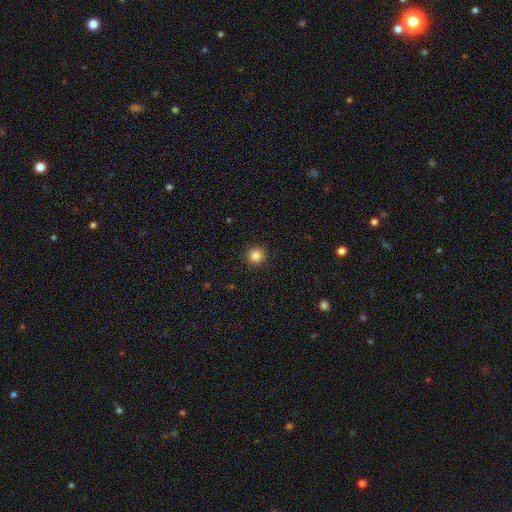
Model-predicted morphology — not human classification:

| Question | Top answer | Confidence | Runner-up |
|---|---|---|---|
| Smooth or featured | smooth | 85% | star or artifact (11%) |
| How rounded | round | 94% | in between (5%) |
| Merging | none | 92% | minor disturbance (5%) |